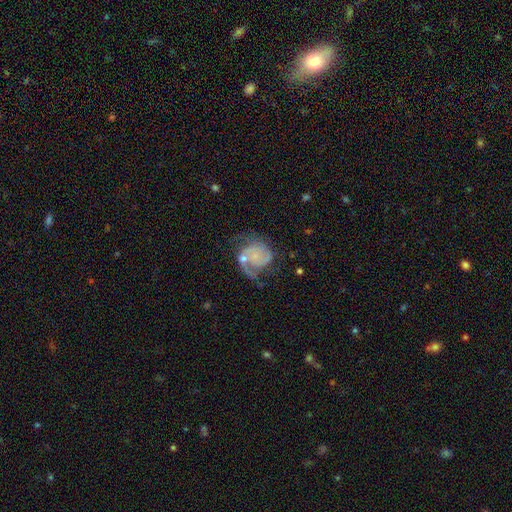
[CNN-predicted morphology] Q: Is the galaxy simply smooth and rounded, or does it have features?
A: featured or disk — 81%.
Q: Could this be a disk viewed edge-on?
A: no — 98%.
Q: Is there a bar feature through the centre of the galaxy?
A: no — 71%.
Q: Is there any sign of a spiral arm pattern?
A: yes — 94%.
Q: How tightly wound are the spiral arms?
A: medium — 44%.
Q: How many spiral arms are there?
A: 2 — 64%.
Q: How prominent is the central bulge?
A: small — 60%.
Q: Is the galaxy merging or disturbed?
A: none — 45%.